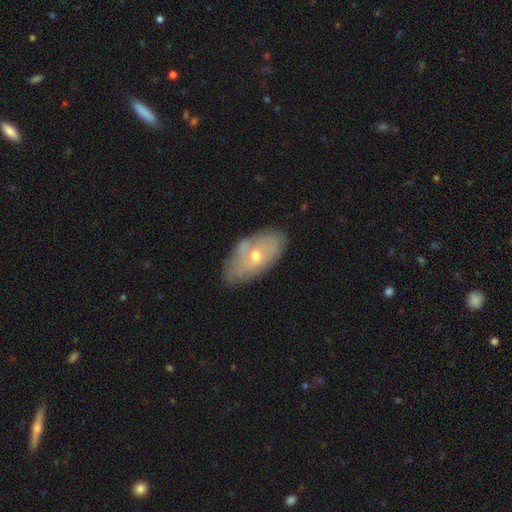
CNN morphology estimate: Smooth or featured: featured or disk — 55% (smooth — 38%)
Edge-on disk: no — 89% (yes — 11%)
Merging: none — 67% (minor disturbance — 24%)